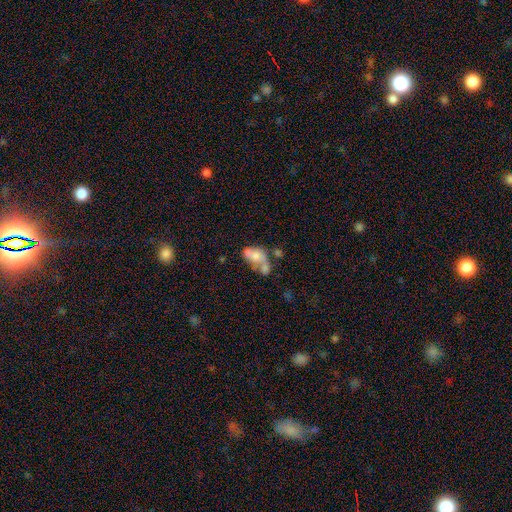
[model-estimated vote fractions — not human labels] Smooth or featured? smooth (53%)
How rounded? in between (80%)
Merging? merger (53%)